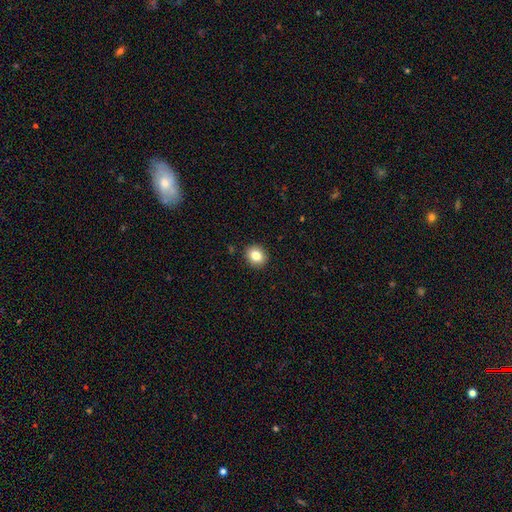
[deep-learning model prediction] smooth_or_featured: smooth (p=0.82) [alt: star or artifact p=0.10]
how_rounded: round (p=0.69) [alt: in between p=0.30]
merging: none (p=0.91) [alt: minor disturbance p=0.06]